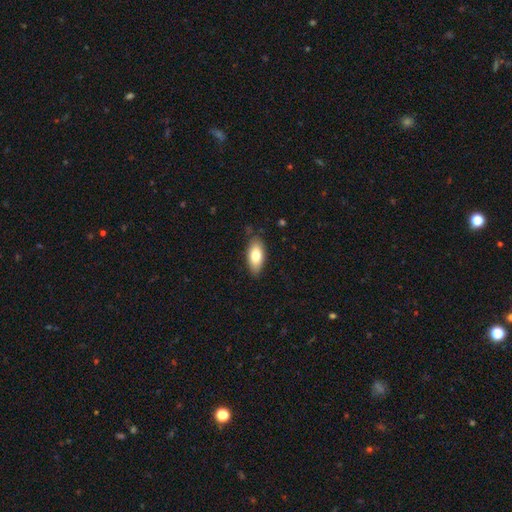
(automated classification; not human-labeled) Smooth or featured? smooth (78%)
How rounded? in between (87%)
Merging? none (82%)